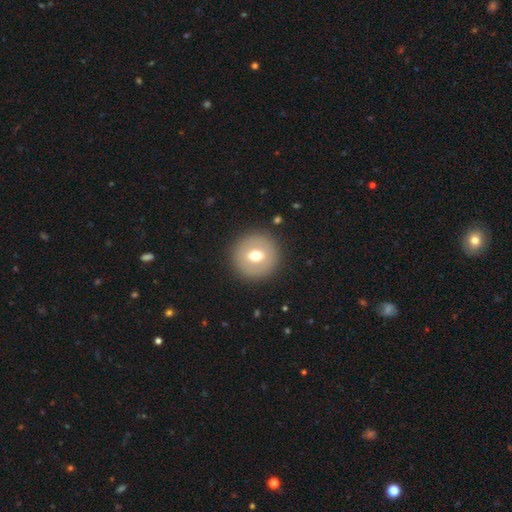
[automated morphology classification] Smooth or featured: smooth — 65% (featured or disk — 26%)
How rounded: round — 95% (in between — 4%)
Merging: none — 90% (minor disturbance — 6%)